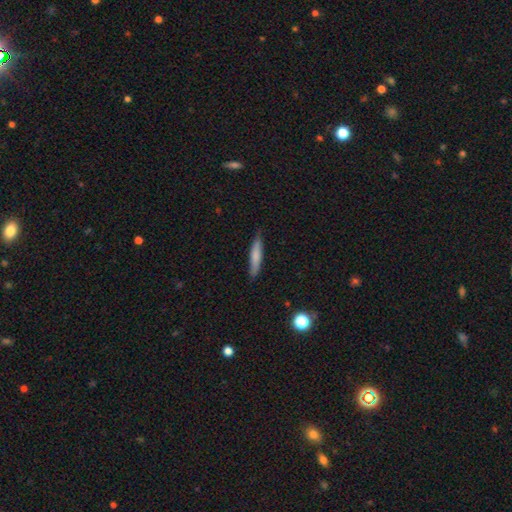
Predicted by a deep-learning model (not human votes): Q: Smooth or featured?
A: smooth (74%); runner-up: featured or disk (19%)
Q: How rounded?
A: cigar-shaped (89%); runner-up: in between (10%)
Q: Merging?
A: none (84%); runner-up: minor disturbance (12%)